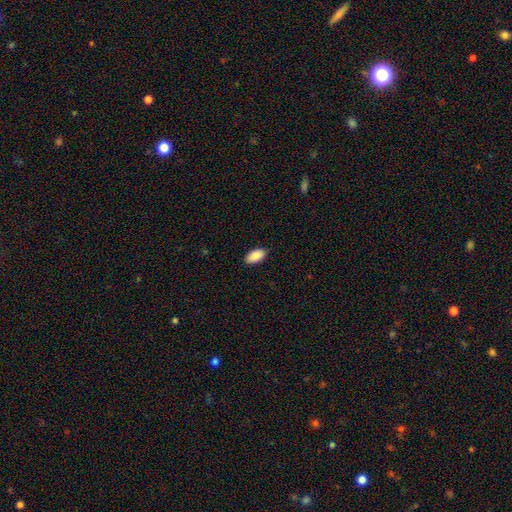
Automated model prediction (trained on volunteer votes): smooth 89%, star or artifact 6%, featured or disk 5%. Down the decision tree: how rounded — in between (94%); merging — none (89%).